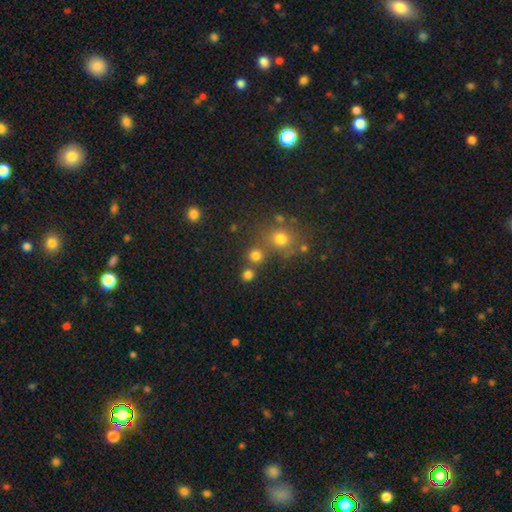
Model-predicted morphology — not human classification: Smooth or featured: smooth — 76% (star or artifact — 17%)
How rounded: round — 89% (in between — 10%)
Merging: none — 69% (merger — 19%)